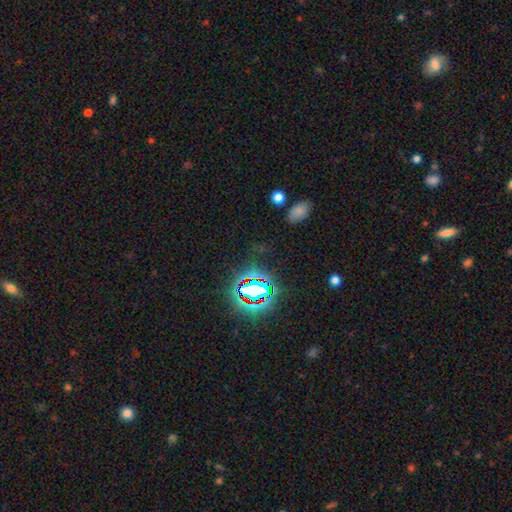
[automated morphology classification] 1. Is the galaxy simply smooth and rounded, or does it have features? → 74% star or artifact, 17% smooth, 9% featured or disk.